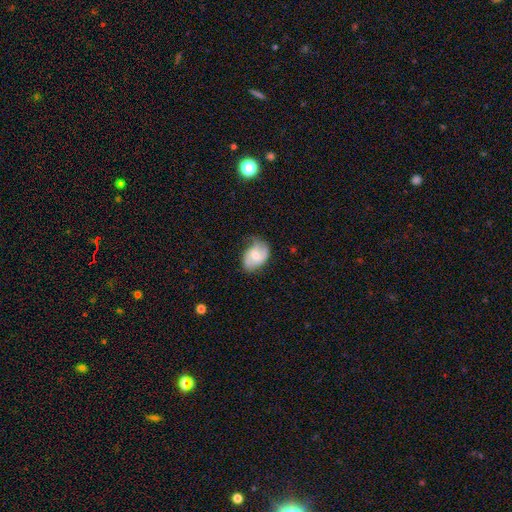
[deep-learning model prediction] A featured or disk galaxy (58%) with no bar (57%), spiral arms (86%) and a moderate central bulge (56%). Merging: none (56%).